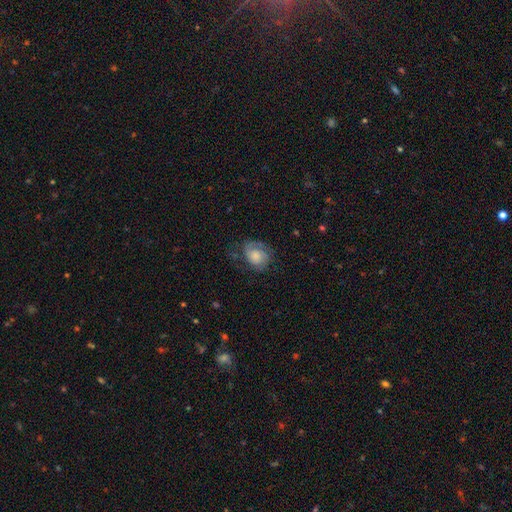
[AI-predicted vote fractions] featured or disk 49%, smooth 43%, star or artifact 8%. Down the decision tree: merging — none (54%).